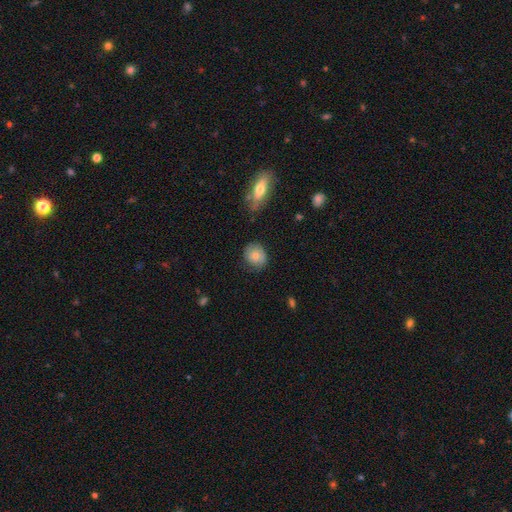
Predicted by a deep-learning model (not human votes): smooth_or_featured: smooth (p=0.72) [alt: featured or disk p=0.20]
how_rounded: round (p=0.72) [alt: in between p=0.27]
merging: none (p=0.72) [alt: minor disturbance p=0.21]